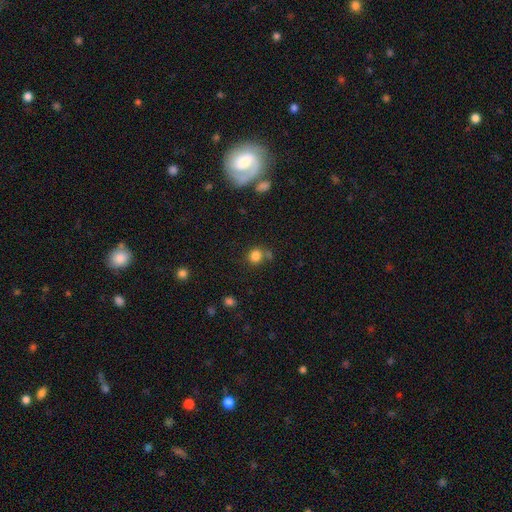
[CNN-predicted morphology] Q: Smooth or featured?
A: smooth (82%); runner-up: star or artifact (13%)
Q: How rounded?
A: round (82%); runner-up: in between (17%)
Q: Merging?
A: none (69%); runner-up: merger (15%)